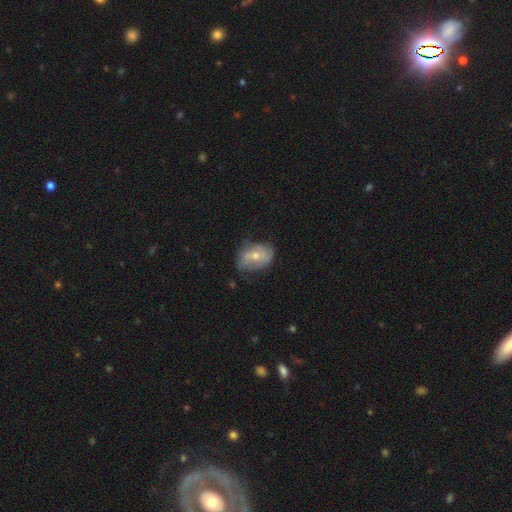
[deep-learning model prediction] smooth-or-featured: featured or disk: 50% | smooth: 43% | star or artifact: 7%
  merging: none: 51% | minor disturbance: 34% | major disturbance: 13% | merger: 2%